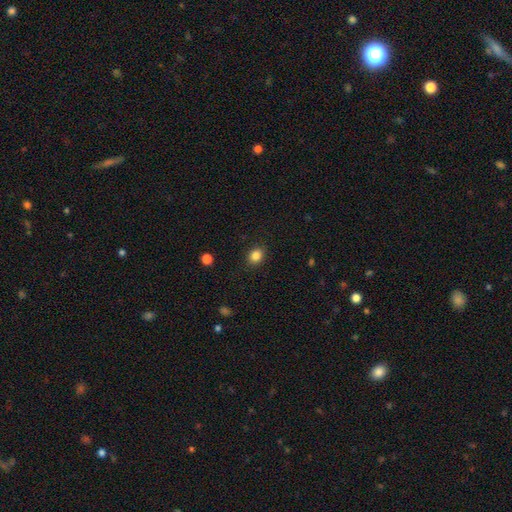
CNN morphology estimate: Smooth or featured? Predicted: smooth (p=0.84). How rounded? Predicted: round (p=0.52). Merging? Predicted: none (p=0.88).